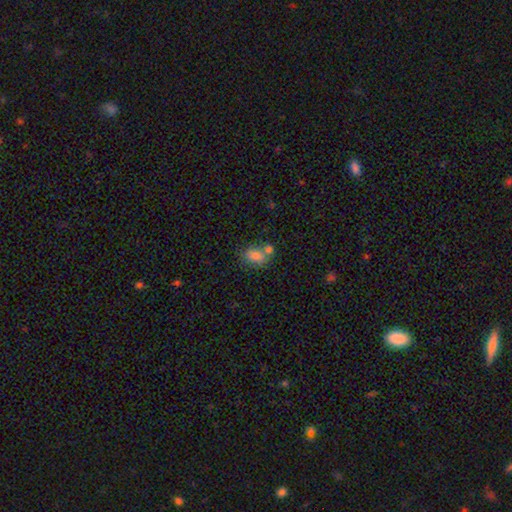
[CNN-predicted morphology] Smooth or featured? smooth (80%)
How rounded? in between (79%)
Merging? none (49%)